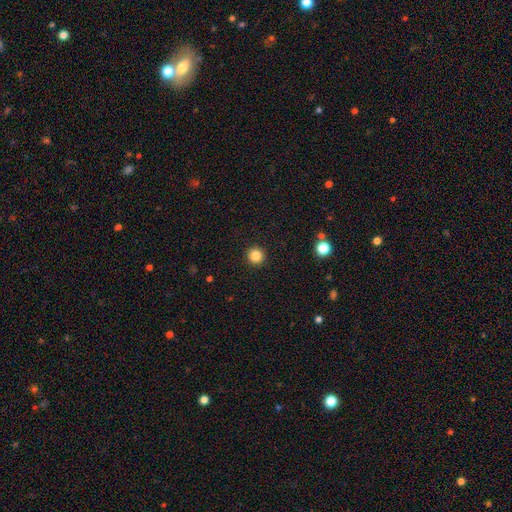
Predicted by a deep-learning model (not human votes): This appears to be a smooth galaxy with no disk features (84%) that is round (95%). Merging: none (93%).